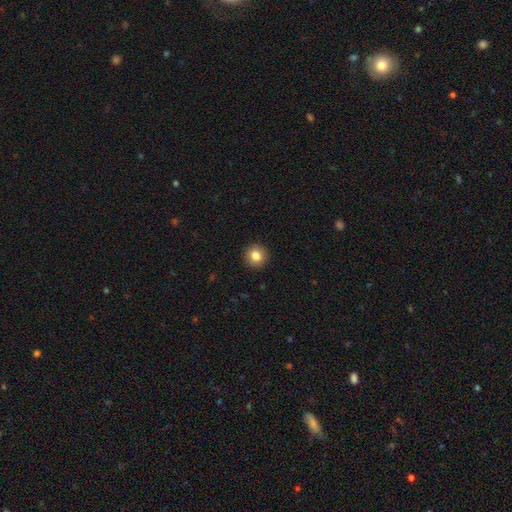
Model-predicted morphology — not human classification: This appears to be a smooth galaxy with no disk features (83%) that is round (93%). Merging: none (93%).